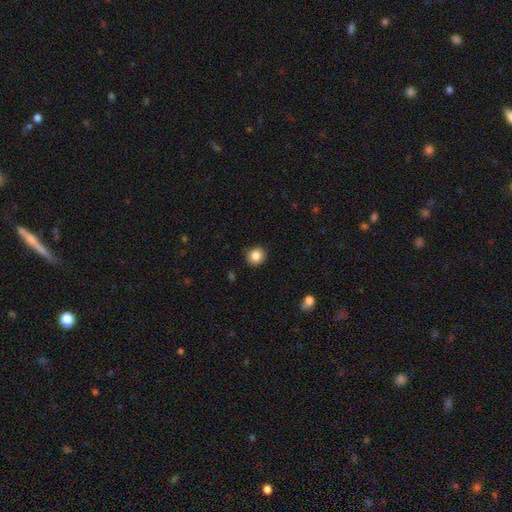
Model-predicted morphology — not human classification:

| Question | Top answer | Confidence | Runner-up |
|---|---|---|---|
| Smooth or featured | smooth | 85% | star or artifact (10%) |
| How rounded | round | 85% | in between (14%) |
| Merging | none | 88% | minor disturbance (9%) |